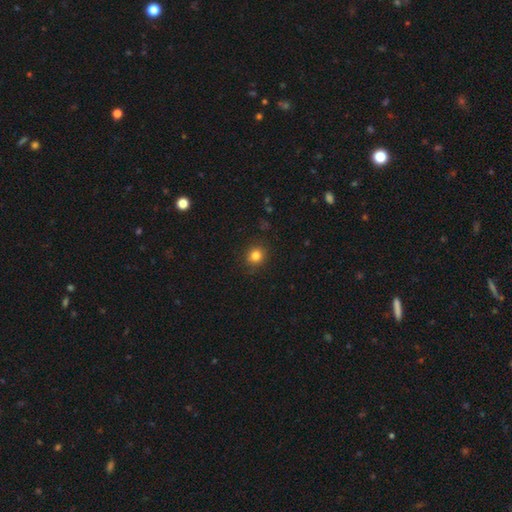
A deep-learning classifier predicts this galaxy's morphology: Overall: smooth (82%). How rounded: round (88%). Merging: none (89%).